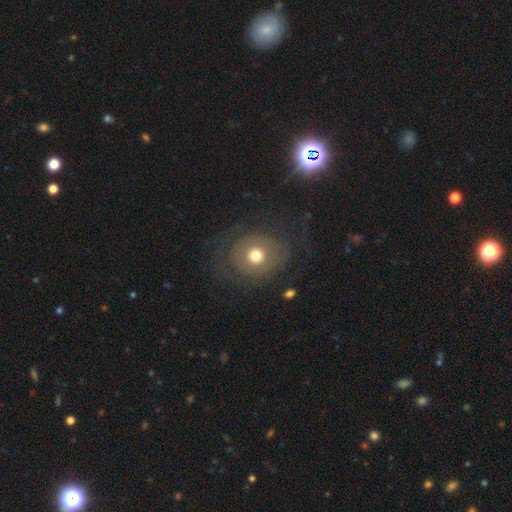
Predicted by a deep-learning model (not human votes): Overall: smooth (53%; featured or disk 37%). How rounded: round (77%). Merging: none (70%).